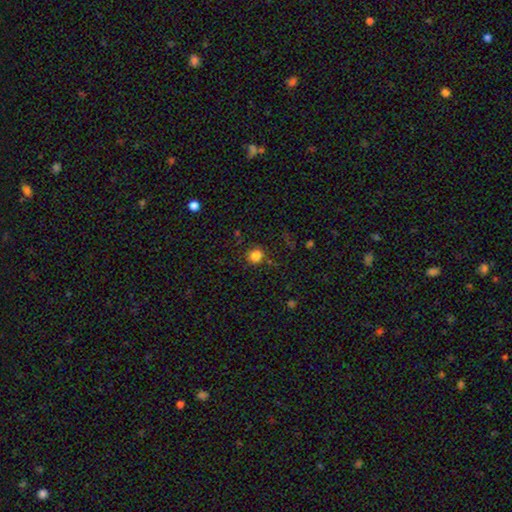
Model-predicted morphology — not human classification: Smooth or featured? Predicted: smooth (p=0.83). How rounded? Predicted: round (p=0.86). Merging? Predicted: none (p=0.84).